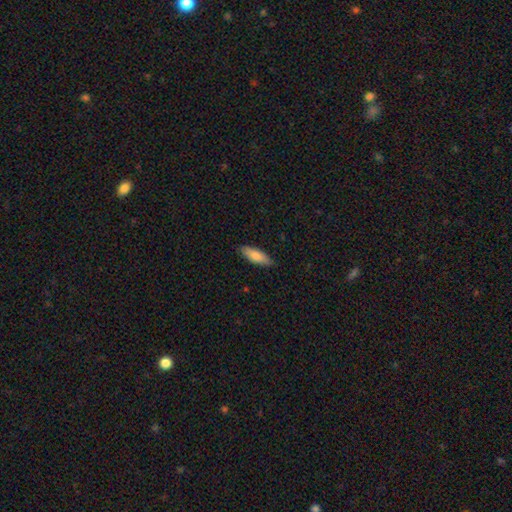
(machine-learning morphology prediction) The model was most divided on "how rounded": in between: 58%, cigar-shaped: 41%, round: 2%. More confident: merging — none (86%); smooth or featured — smooth (81%).